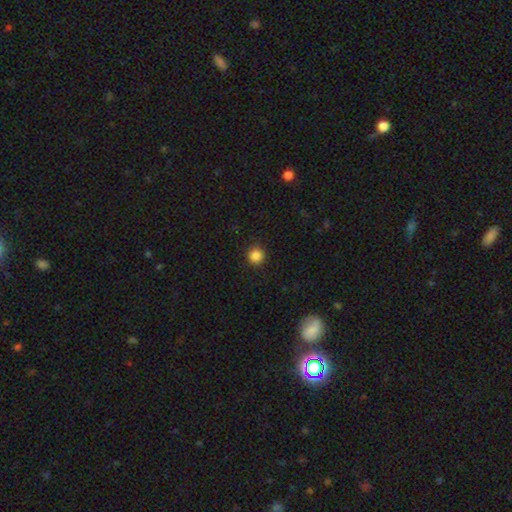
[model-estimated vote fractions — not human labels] Smooth or featured?
  - smooth: 85% *
  - star or artifact: 12%
  - featured or disk: 3%
How rounded?
  - round: 94% *
  - in between: 5%
  - cigar-shaped: 1%
Merging?
  - none: 91% *
  - minor disturbance: 6%
  - major disturbance: 2%
  - merger: 1%